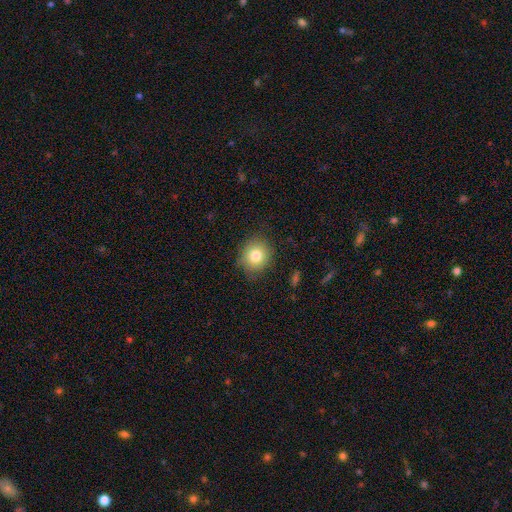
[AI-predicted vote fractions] smooth_or_featured: smooth (p=0.80) [alt: star or artifact p=0.10]
how_rounded: round (p=0.83) [alt: in between p=0.16]
merging: none (p=0.83) [alt: minor disturbance p=0.13]